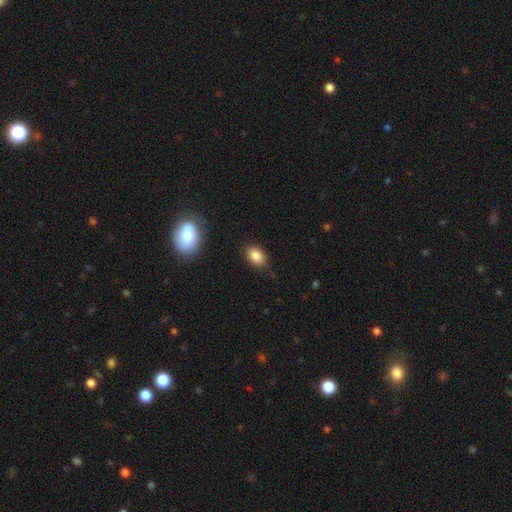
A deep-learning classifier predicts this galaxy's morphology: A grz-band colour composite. It shows a smooth galaxy with no disk features (86%) that is in between round and cigar-shaped (83%). Merging: none (84%).